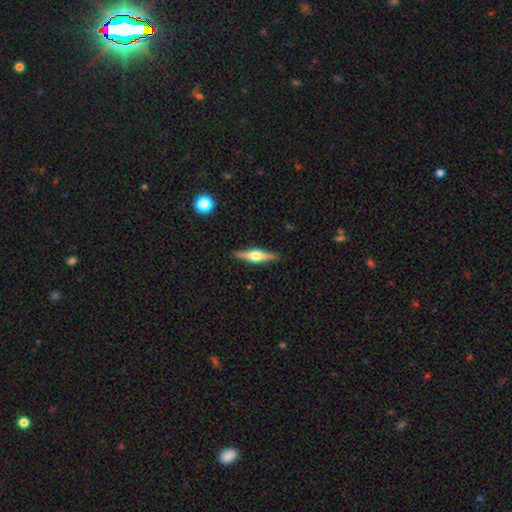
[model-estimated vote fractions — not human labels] Overall: featured or disk (70%). Edge-on disk: yes (97%). Edge-on bulge: rounded (93%). Merging: none (90%).